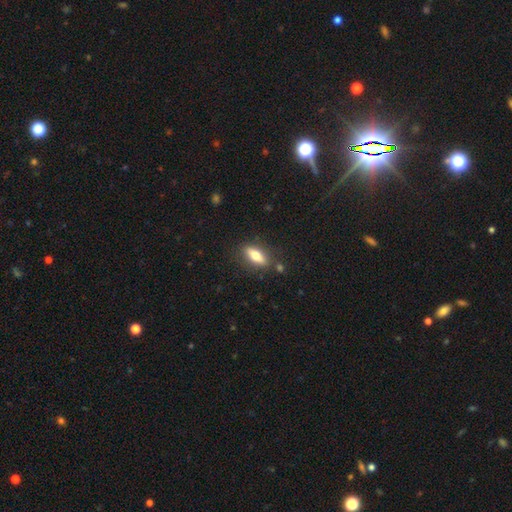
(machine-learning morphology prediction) Smooth or featured: smooth — 66% (featured or disk — 28%)
How rounded: in between — 68% (cigar-shaped — 28%)
Merging: none — 83% (minor disturbance — 11%)